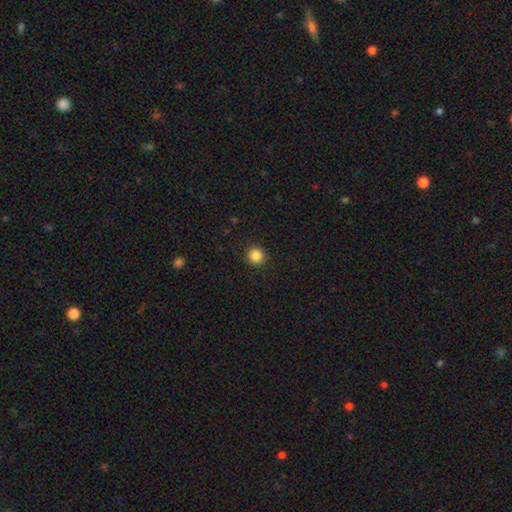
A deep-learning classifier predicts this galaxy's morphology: type=smooth (85%); roundness=round (94%); merging=none (92%).